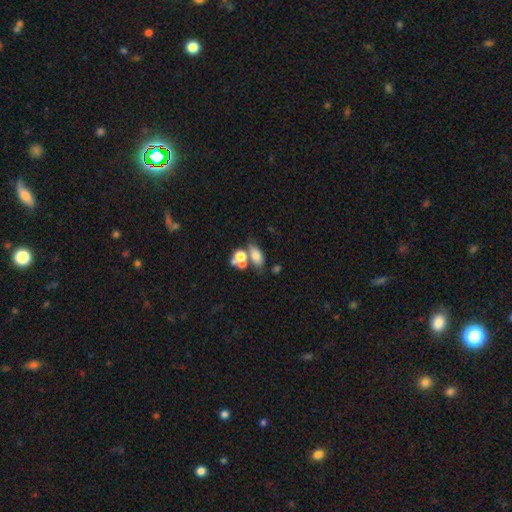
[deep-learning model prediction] A smooth galaxy with no disk features (71%) that is in between round and cigar-shaped (81%).

Vote fractions:
- Smooth or featured? smooth: 71% / featured or disk: 17% / star or artifact: 12%
- How rounded? in between: 81% / round: 15% / cigar-shaped: 4%
- Merging? merger: 41% / none: 40% / minor disturbance: 12% / major disturbance: 7%